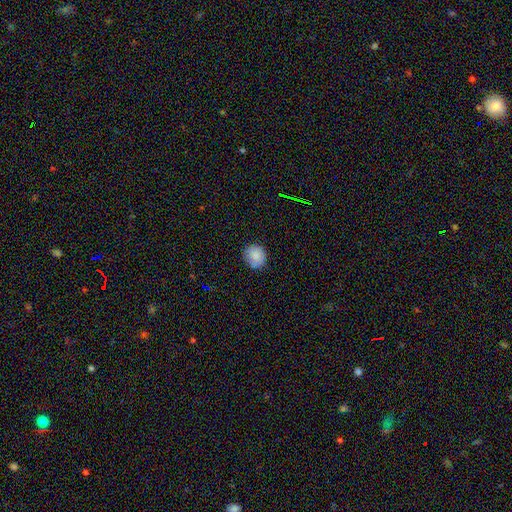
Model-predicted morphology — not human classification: smooth-or-featured: smooth: 84% | star or artifact: 9% | featured or disk: 7%
  how-rounded: round: 89% | in between: 11% | cigar-shaped: 1%
  merging: none: 82% | minor disturbance: 14% | major disturbance: 2% | merger: 2%